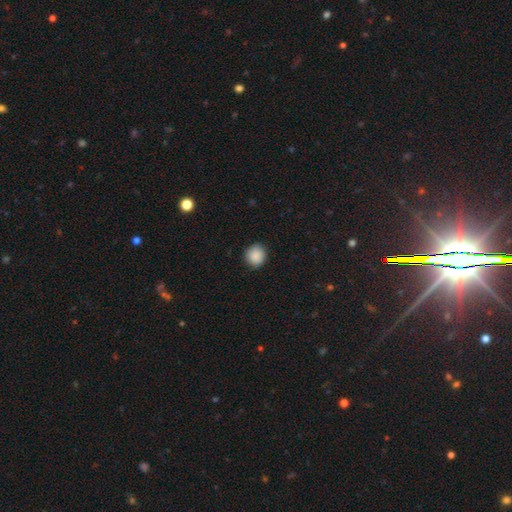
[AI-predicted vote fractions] A smooth galaxy with no disk features (89%) that is round (87%). Merging: none (88%).